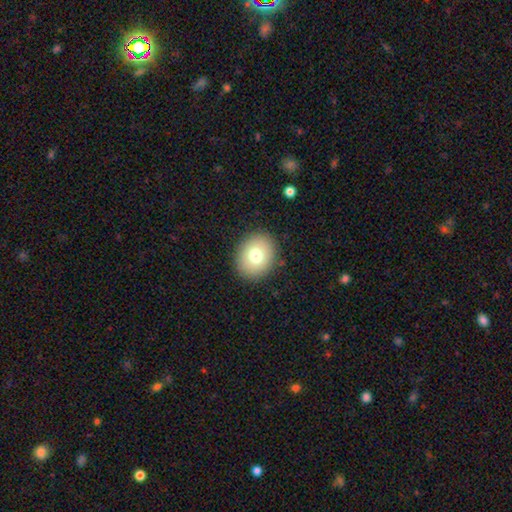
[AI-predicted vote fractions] smooth-or-featured: smooth: 75% | featured or disk: 14% | star or artifact: 10%
  how-rounded: round: 54% | in between: 45% | cigar-shaped: 1%
  merging: none: 88% | minor disturbance: 8% | major disturbance: 3% | merger: 1%